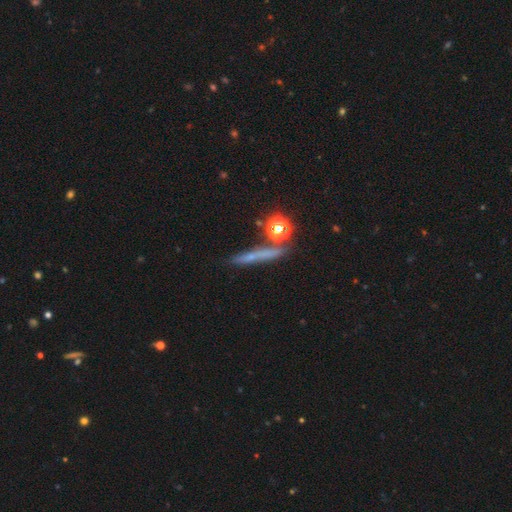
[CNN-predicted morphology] Smooth or featured: smooth — 46% (featured or disk — 33%)
Merging: none — 73% (minor disturbance — 12%)